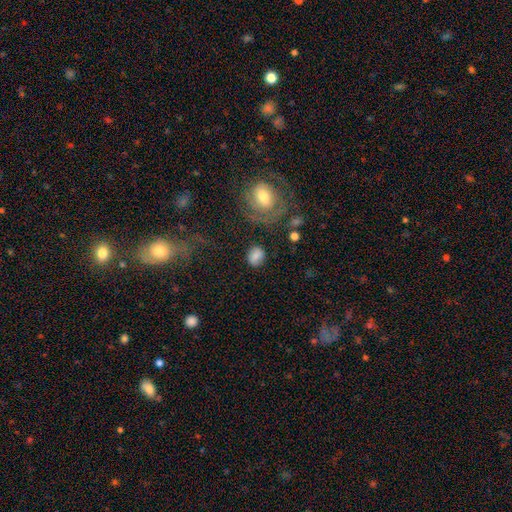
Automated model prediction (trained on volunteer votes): This appears to be a smooth galaxy with no disk features (77%) that is in between round and cigar-shaped (49%, tied with round). Merging: none (77%).